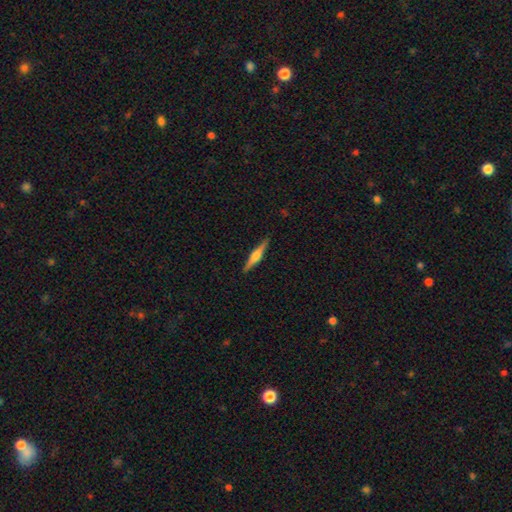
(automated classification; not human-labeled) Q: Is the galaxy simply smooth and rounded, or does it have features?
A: featured or disk — 68%.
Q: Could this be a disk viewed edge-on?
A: yes — 98%.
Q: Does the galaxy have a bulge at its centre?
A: rounded — 87%.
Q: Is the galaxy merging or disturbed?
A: none — 91%.